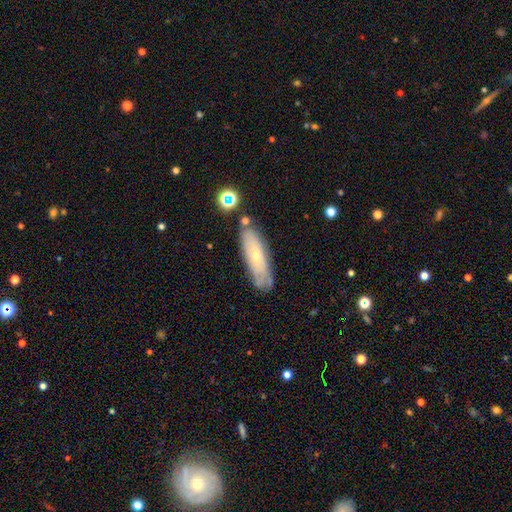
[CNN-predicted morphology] This appears to be a smooth galaxy with no disk features (49%). Merging: none (74%).